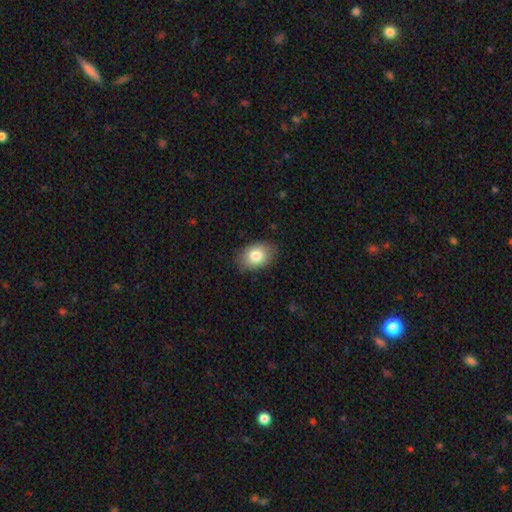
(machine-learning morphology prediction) Q: Smooth or featured?
A: smooth (81%); runner-up: featured or disk (11%)
Q: How rounded?
A: in between (79%); runner-up: round (20%)
Q: Merging?
A: none (82%); runner-up: minor disturbance (14%)